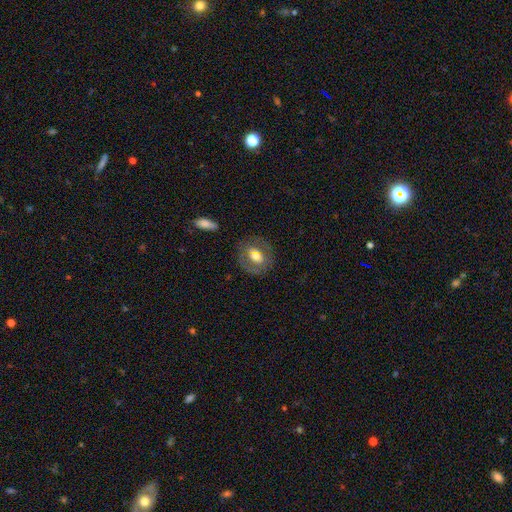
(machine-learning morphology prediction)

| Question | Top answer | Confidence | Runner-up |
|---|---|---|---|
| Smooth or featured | smooth | 50% | featured or disk (42%) |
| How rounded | round | 56% | in between (42%) |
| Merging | none | 77% | minor disturbance (14%) |